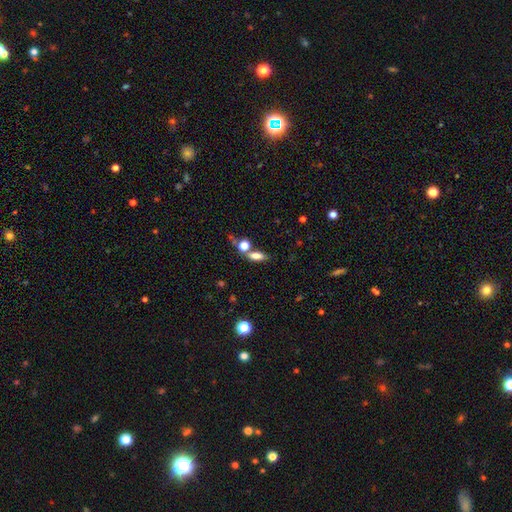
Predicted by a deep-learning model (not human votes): smooth-or-featured: smooth: 76% | featured or disk: 12% | star or artifact: 12%
  how-rounded: in between: 72% | cigar-shaped: 18% | round: 10%
  merging: none: 54% | merger: 27% | minor disturbance: 13% | major disturbance: 6%